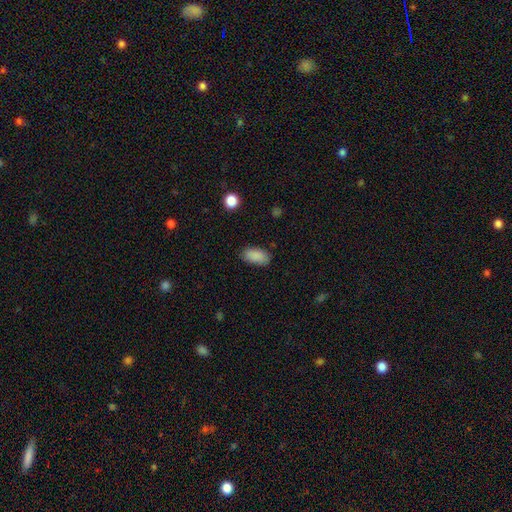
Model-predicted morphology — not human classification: smooth_or_featured: smooth (p=0.88) [alt: star or artifact p=0.07]
how_rounded: in between (p=0.93) [alt: round p=0.04]
merging: none (p=0.81) [alt: minor disturbance p=0.15]